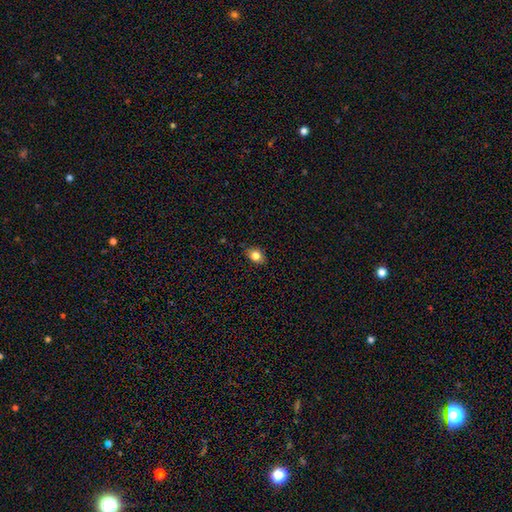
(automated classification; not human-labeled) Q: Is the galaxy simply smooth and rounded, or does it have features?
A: smooth — 82%.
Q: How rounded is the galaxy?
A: in between — 62%.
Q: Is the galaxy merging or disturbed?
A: none — 84%.